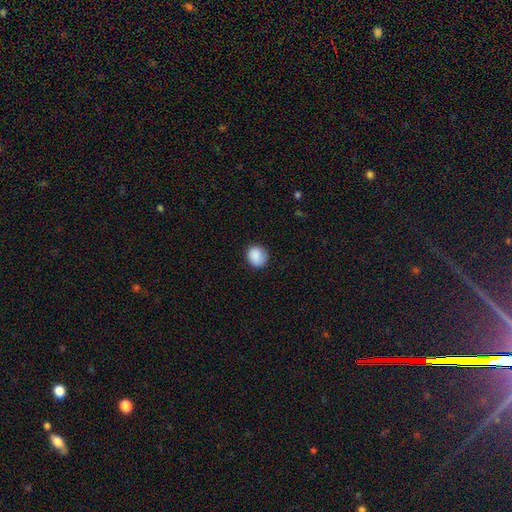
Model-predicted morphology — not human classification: This is clearly a smooth galaxy (88%). How rounded: likely round (74%). Merging: clearly none (80%).